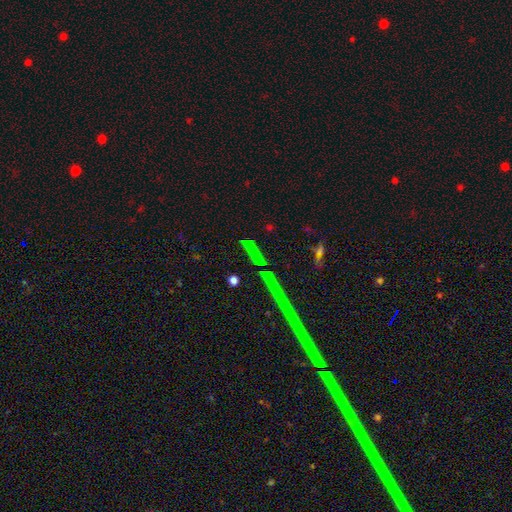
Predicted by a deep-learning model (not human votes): smooth-or-featured: star or artifact: 81% | featured or disk: 11% | smooth: 8%